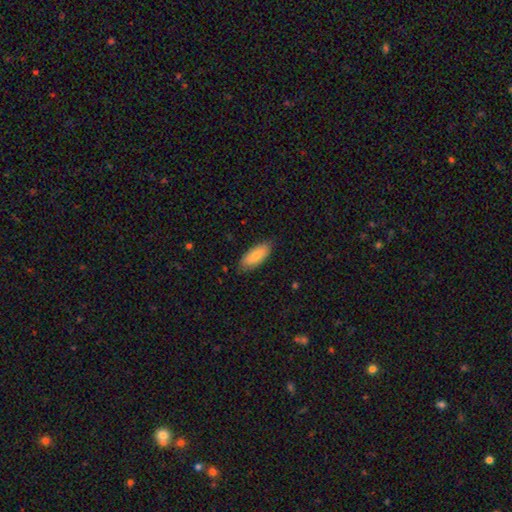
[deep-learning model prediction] Smooth or featured? Predicted: smooth (p=0.77). How rounded? Predicted: in between (p=0.84). Merging? Predicted: none (p=0.81).